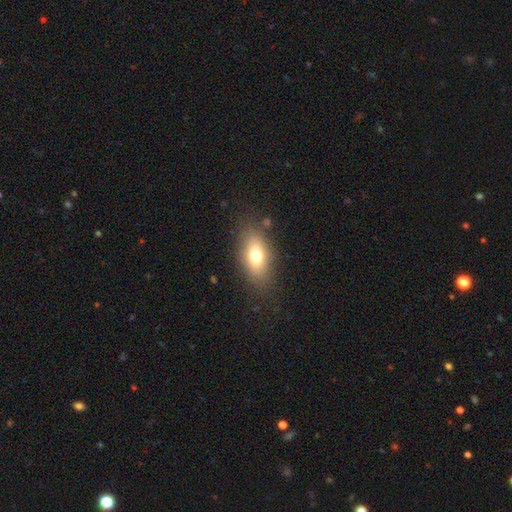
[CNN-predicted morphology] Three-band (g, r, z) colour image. It shows a smooth galaxy with no disk features (71%) that is in between round and cigar-shaped (82%). Merging: none (81%).